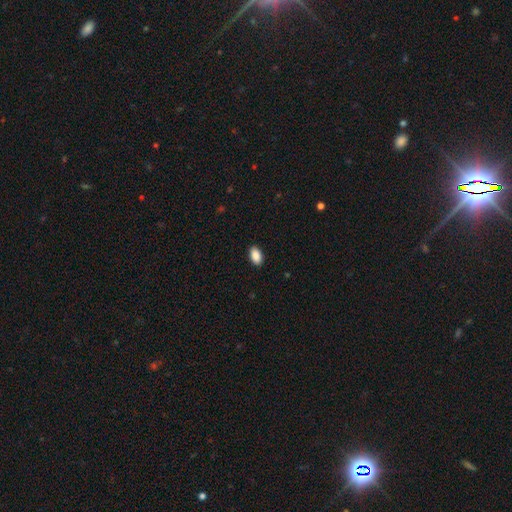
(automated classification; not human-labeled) smooth 90%, star or artifact 7%, featured or disk 3%. Down the decision tree: how rounded — in between (93%); merging — none (90%).